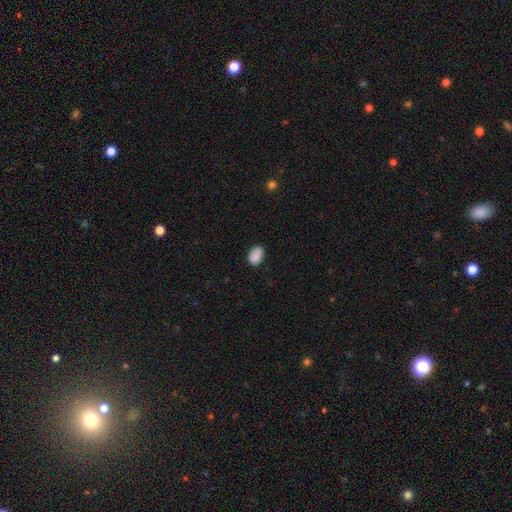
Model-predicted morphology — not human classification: This appears to be a smooth galaxy with no disk features (88%) that is in between round and cigar-shaped (85%). Merging: none (80%).